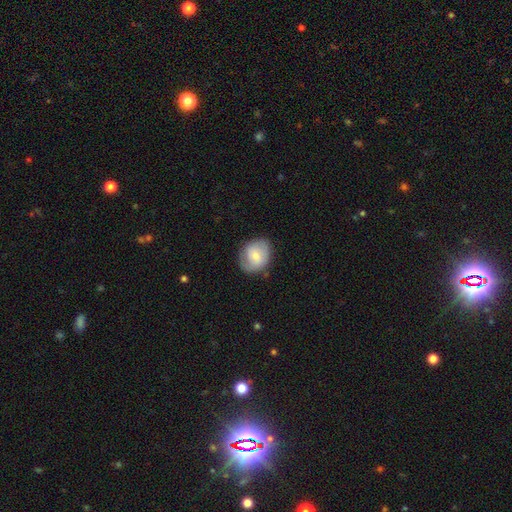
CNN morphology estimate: The model was most divided on "smooth or featured": smooth: 54%, featured or disk: 39%, star or artifact: 7%. More confident: merging — none (72%); how rounded — round (58%).